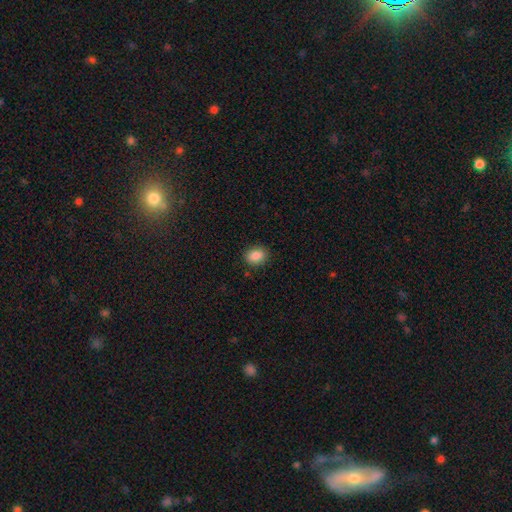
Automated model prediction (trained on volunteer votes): Smooth or featured? smooth (87%)
How rounded? in between (70%)
Merging? none (87%)